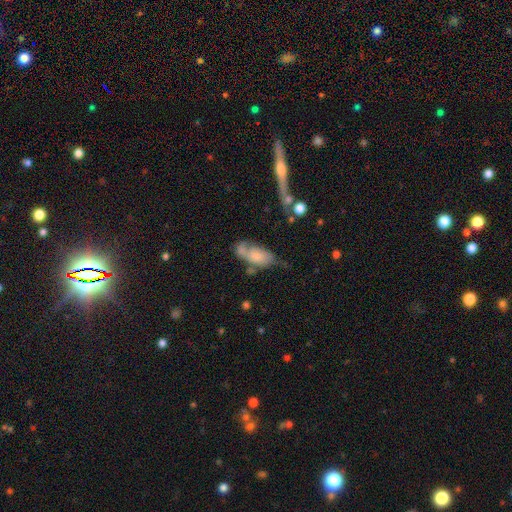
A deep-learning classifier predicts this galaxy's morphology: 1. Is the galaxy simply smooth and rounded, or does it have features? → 52% smooth, 40% featured or disk, 8% star or artifact.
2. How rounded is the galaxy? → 86% in between, 9% cigar-shaped, 5% round.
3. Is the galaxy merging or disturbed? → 31% none, 25% minor disturbance, 24% merger, 20% major disturbance.